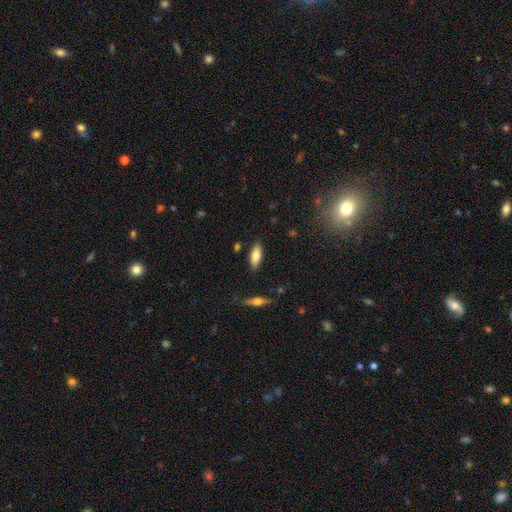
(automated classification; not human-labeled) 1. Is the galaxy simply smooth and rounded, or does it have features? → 79% smooth, 14% featured or disk, 7% star or artifact.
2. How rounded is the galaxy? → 74% in between, 24% cigar-shaped, 2% round.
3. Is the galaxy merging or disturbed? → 84% none, 11% minor disturbance, 2% major disturbance, 2% merger.